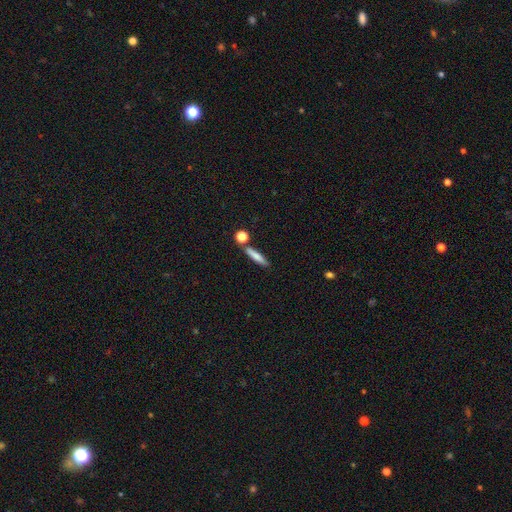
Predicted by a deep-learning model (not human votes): smooth 72%, featured or disk 20%, star or artifact 8%. Down the decision tree: how rounded — cigar-shaped (81%); merging — none (77%).